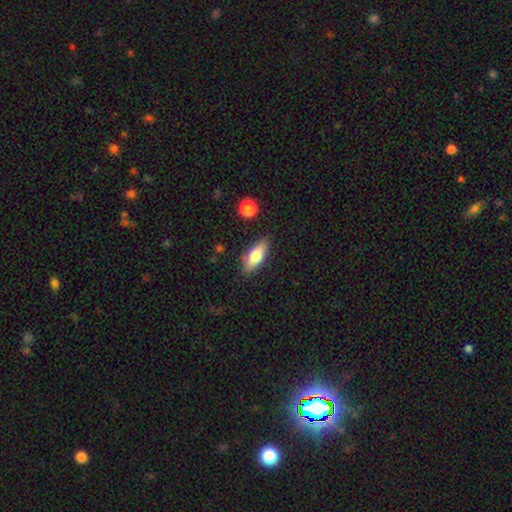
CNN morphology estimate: This is likely a smooth galaxy (71%). How rounded: likely in between (65%). Merging: clearly none (83%).